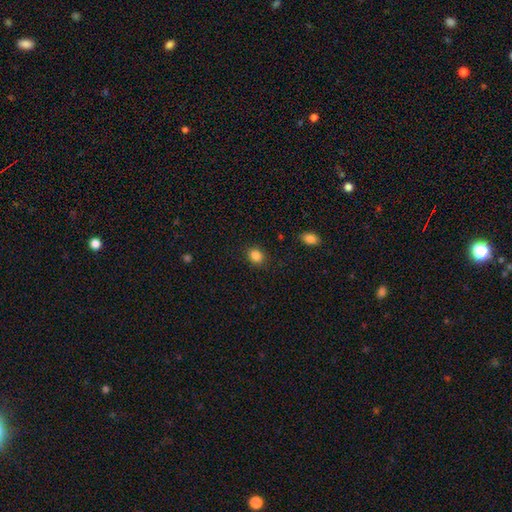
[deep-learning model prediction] Q: Smooth or featured?
A: smooth (85%); runner-up: star or artifact (11%)
Q: How rounded?
A: round (66%); runner-up: in between (33%)
Q: Merging?
A: none (88%); runner-up: minor disturbance (8%)